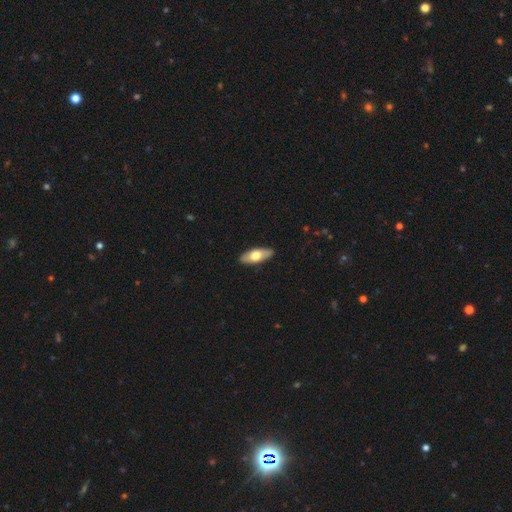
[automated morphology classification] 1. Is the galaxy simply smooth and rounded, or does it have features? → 61% smooth, 34% featured or disk, 5% star or artifact.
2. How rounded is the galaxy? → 77% in between, 20% cigar-shaped, 3% round.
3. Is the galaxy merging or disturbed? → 89% none, 8% minor disturbance, 2% major disturbance, 1% merger.